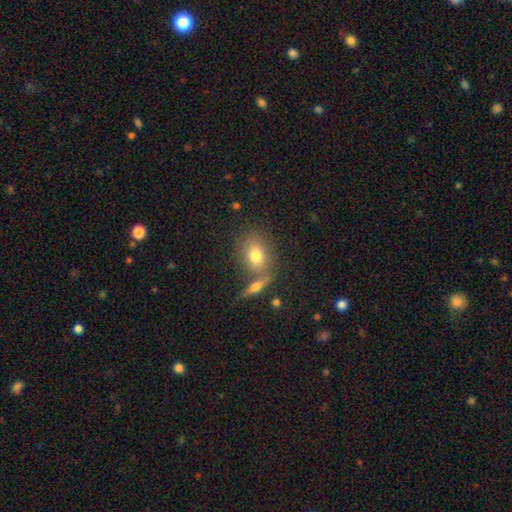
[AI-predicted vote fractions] smooth_or_featured: smooth (p=0.73) [alt: featured or disk p=0.18]
how_rounded: in between (p=0.68) [alt: round p=0.29]
merging: none (p=0.59) [alt: merger p=0.25]